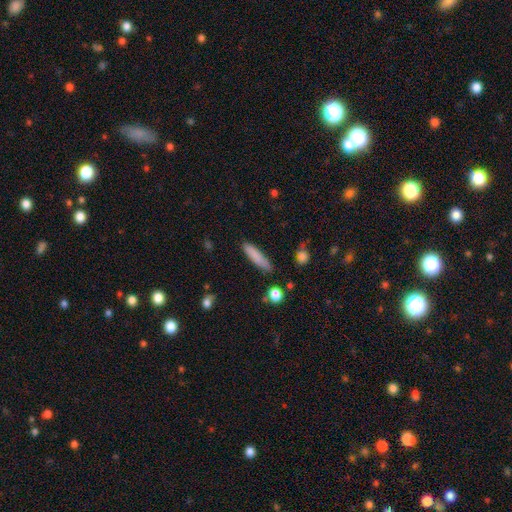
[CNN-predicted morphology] smooth 82%, featured or disk 11%, star or artifact 7%. Down the decision tree: how rounded — cigar-shaped (81%); merging — none (82%).